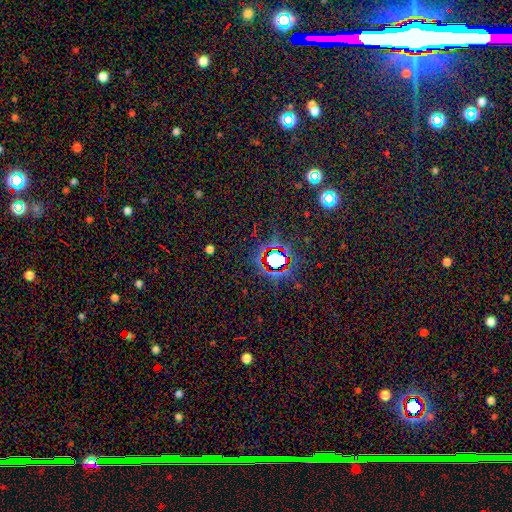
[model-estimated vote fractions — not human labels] This is clearly a star or artifact rather than a galaxy (82%).